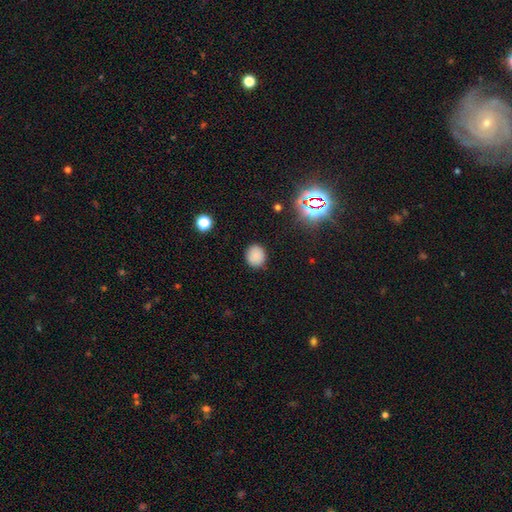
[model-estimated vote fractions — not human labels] Smooth or featured?
  - smooth: 83% *
  - star or artifact: 12%
  - featured or disk: 4%
How rounded?
  - round: 86% *
  - in between: 13%
  - cigar-shaped: 1%
Merging?
  - none: 89% *
  - minor disturbance: 8%
  - major disturbance: 2%
  - merger: 1%